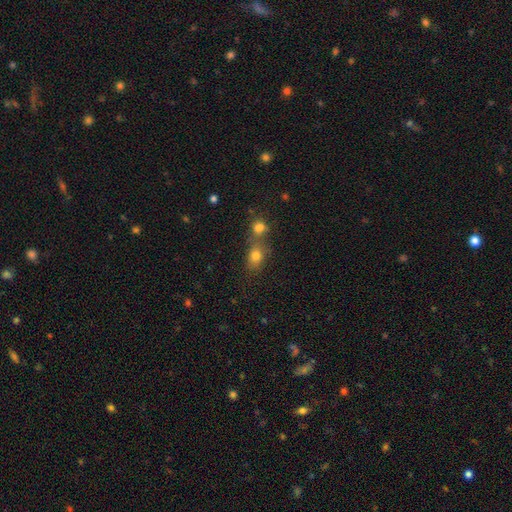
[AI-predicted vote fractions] Smooth or featured?
  - smooth: 77% *
  - star or artifact: 13%
  - featured or disk: 10%
How rounded?
  - in between: 55% *
  - round: 43%
  - cigar-shaped: 2%
Merging?
  - none: 44% *
  - merger: 42%
  - minor disturbance: 10%
  - major disturbance: 4%